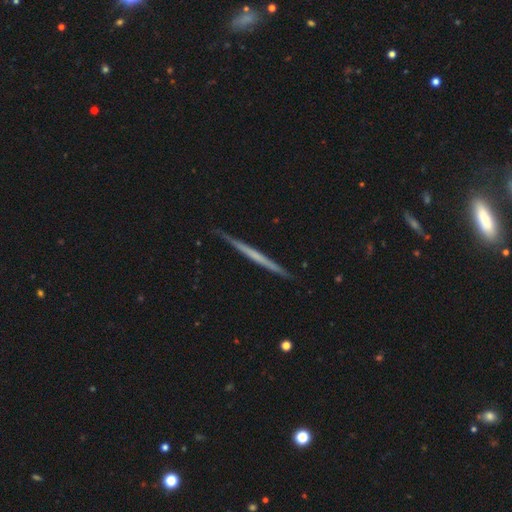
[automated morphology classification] Q: Smooth or featured?
A: featured or disk (60%); runner-up: smooth (34%)
Q: Edge-on disk?
A: yes (98%); runner-up: no (2%)
Q: Edge-on bulge?
A: none (88%); runner-up: rounded (8%)
Q: Merging?
A: none (90%); runner-up: minor disturbance (8%)